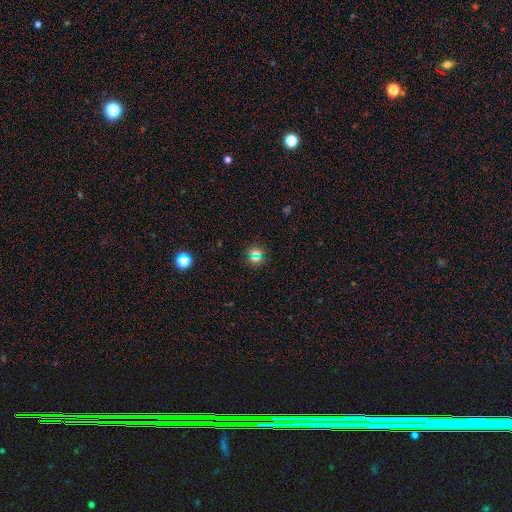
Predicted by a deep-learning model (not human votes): Smooth or featured? Predicted: smooth (p=0.55). How rounded? Predicted: round (p=0.88). Merging? Predicted: none (p=0.86).